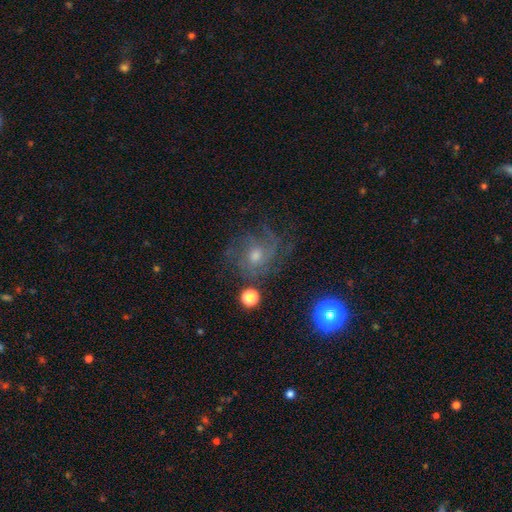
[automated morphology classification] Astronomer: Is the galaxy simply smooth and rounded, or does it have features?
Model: featured or disk — 68%.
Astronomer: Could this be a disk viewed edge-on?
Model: no — 97%.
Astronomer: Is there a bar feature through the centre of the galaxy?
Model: no — 73%.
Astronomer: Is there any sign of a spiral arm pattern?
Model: yes — 93%.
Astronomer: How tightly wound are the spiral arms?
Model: tight — 47% (runner-up: medium, 40%).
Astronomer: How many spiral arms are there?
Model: can't tell — 33% (runner-up: 3, 26%).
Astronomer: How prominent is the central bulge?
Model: moderate — 48% (runner-up: small, 44%).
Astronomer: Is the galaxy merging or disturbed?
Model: none — 70%.